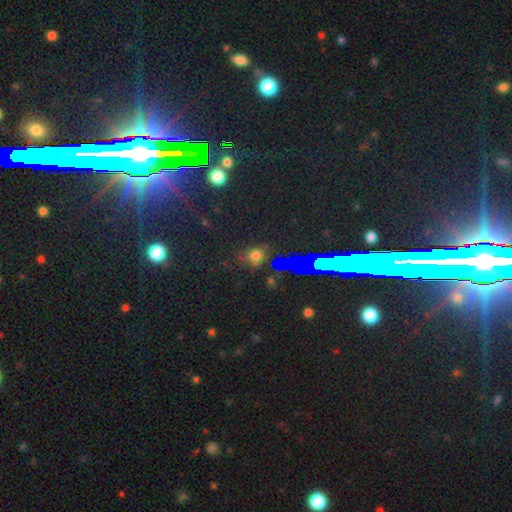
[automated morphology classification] The model was most divided on "smooth or featured": smooth: 47%, star or artifact: 42%, featured or disk: 11%. More confident: merging — none (75%).